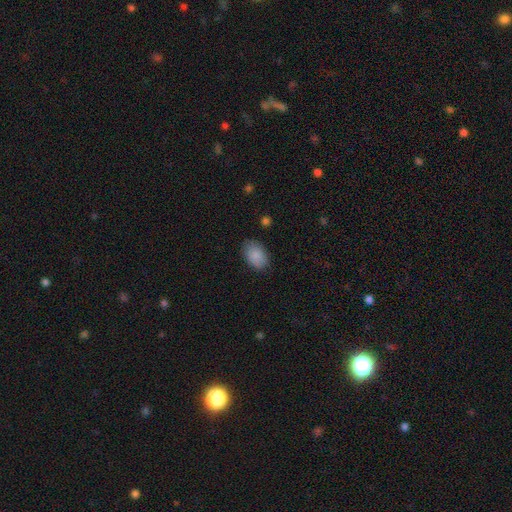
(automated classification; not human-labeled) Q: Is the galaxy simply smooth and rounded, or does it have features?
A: smooth — 88%.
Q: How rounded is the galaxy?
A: in between — 87%.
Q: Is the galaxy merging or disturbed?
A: none — 82%.